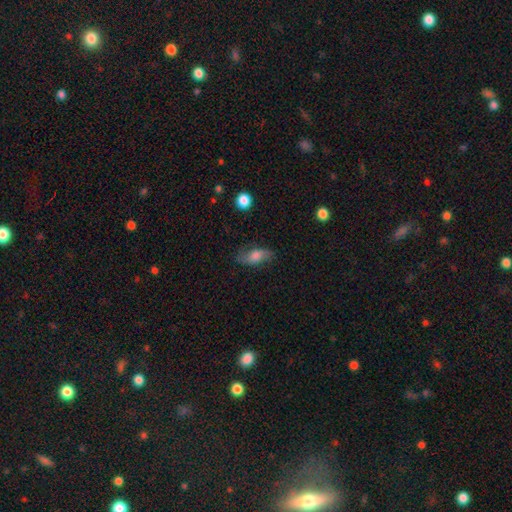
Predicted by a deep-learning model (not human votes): smooth 63%, featured or disk 29%, star or artifact 8%. Down the decision tree: how rounded — in between (81%); merging — none (71%).